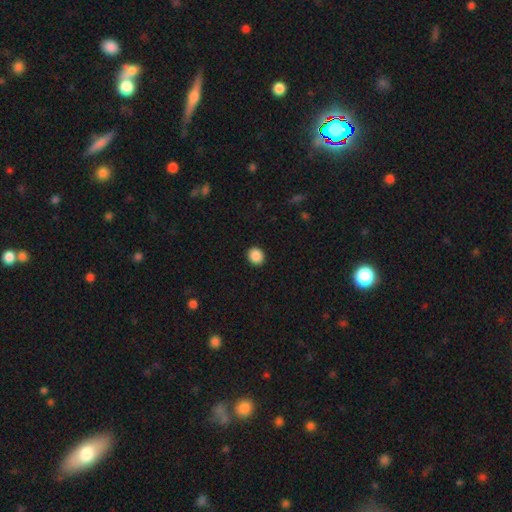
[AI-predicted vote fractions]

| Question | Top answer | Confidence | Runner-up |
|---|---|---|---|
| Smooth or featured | smooth | 89% | star or artifact (9%) |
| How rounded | round | 80% | in between (19%) |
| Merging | none | 92% | minor disturbance (5%) |